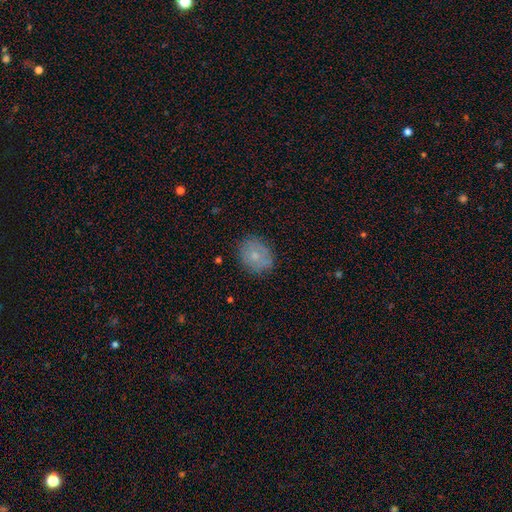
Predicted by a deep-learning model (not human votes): Smooth or featured: smooth — 68% (featured or disk — 24%)
How rounded: round — 54% (in between — 45%)
Merging: none — 79% (minor disturbance — 16%)